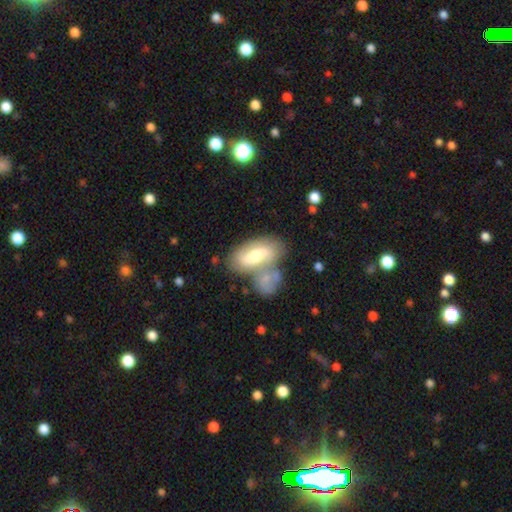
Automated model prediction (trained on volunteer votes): smooth_or_featured: smooth (p=0.48) [alt: featured or disk p=0.46]
merging: none (p=0.42) [alt: merger p=0.35]